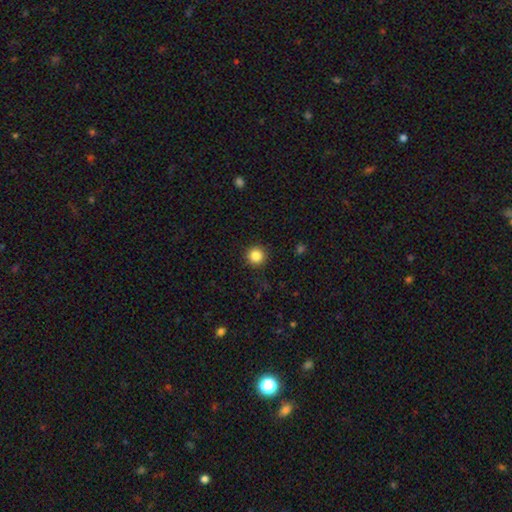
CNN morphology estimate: A smooth galaxy with no disk features (85%) that is round (96%).

Vote fractions:
- Smooth or featured? smooth: 85% / star or artifact: 11% / featured or disk: 5%
- How rounded? round: 96% / in between: 3% / cigar-shaped: 1%
- Merging? none: 92% / minor disturbance: 5% / major disturbance: 2% / merger: 1%